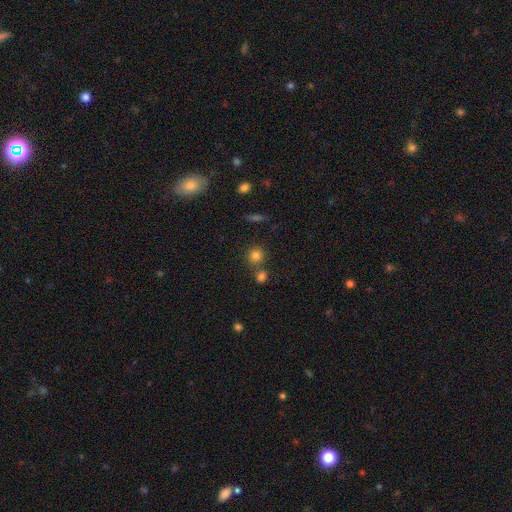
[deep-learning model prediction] A smooth galaxy with no disk features (80%) that is round (87%).

Vote fractions:
- Smooth or featured? smooth: 80% / star or artifact: 13% / featured or disk: 6%
- How rounded? round: 87% / in between: 11% / cigar-shaped: 1%
- Merging? none: 65% / merger: 23% / minor disturbance: 9% / major disturbance: 4%